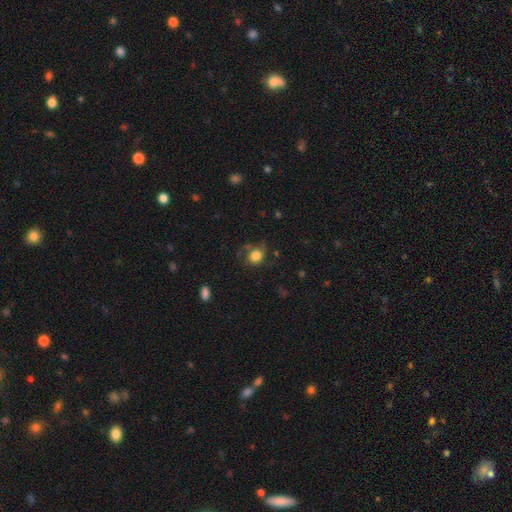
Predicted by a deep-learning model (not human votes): Smooth or featured? smooth (74%)
How rounded? round (73%)
Merging? none (53%)